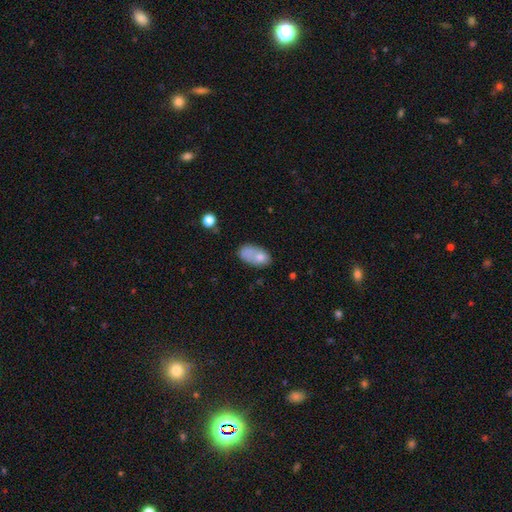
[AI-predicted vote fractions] smooth_or_featured: smooth (p=0.67) [alt: featured or disk p=0.23]
how_rounded: in between (p=0.89) [alt: round p=0.09]
merging: none (p=0.35) [alt: merger p=0.25]